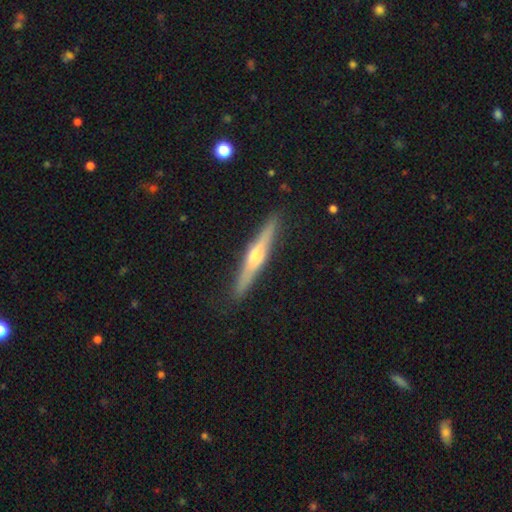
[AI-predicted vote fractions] A featured or disk galaxy (68%) viewed edge-on (97%) with a rounded central bulge (86%). Merging: none (90%).